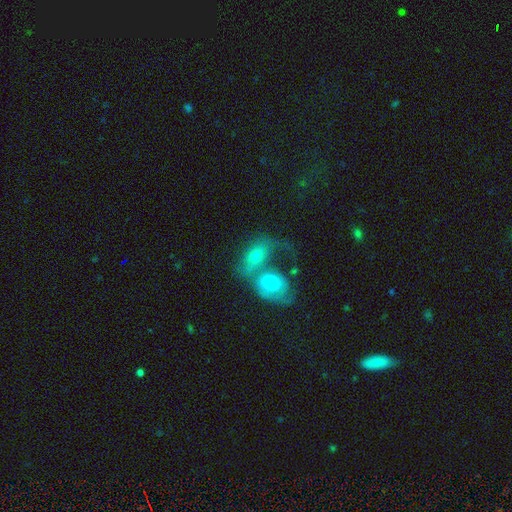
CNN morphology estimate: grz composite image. It shows a smooth galaxy with no disk features (54%) that is in between round and cigar-shaped (81%). Merging: merger (70%).